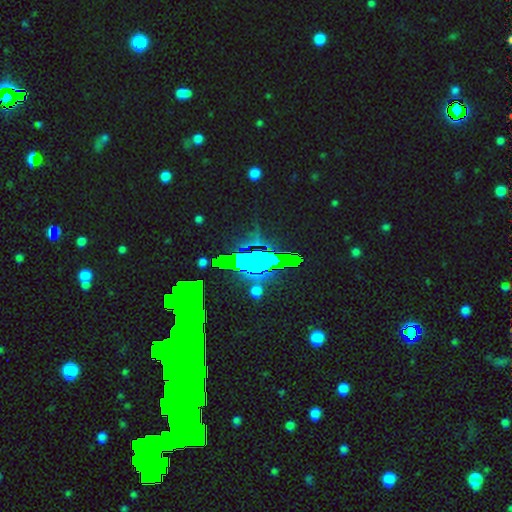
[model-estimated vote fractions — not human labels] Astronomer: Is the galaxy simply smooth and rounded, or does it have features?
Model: star or artifact — 71%.